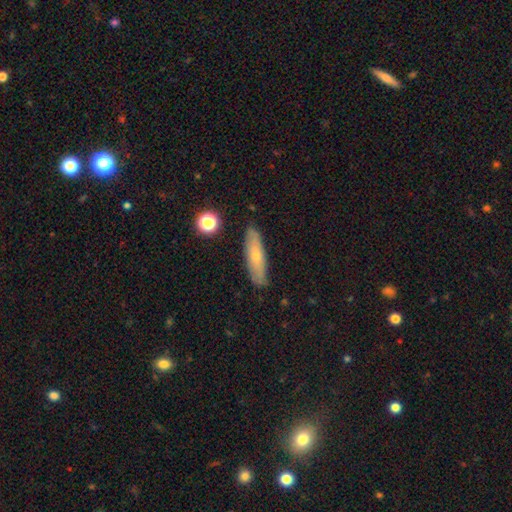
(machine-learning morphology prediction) smooth_or_featured: smooth (p=0.57) [alt: featured or disk p=0.36]
how_rounded: cigar-shaped (p=0.70) [alt: in between p=0.28]
merging: none (p=0.86) [alt: minor disturbance p=0.10]